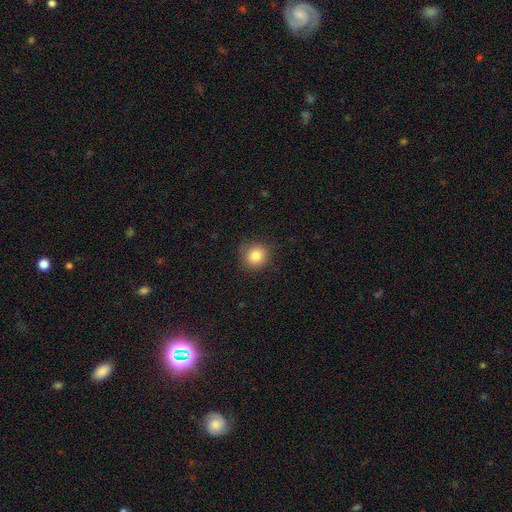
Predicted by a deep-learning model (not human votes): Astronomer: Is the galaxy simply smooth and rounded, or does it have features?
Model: smooth — 84%.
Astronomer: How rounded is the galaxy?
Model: round — 90%.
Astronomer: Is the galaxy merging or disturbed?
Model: none — 85%.